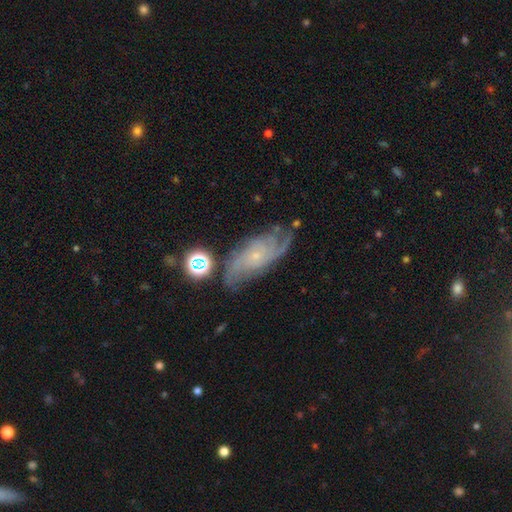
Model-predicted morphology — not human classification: type=featured or disk (82%); edge-on=no (94%); bar=no (76%); spiral arms=yes (94%); winding=tight (43%); arm count=2 (32%); bulge=small (81%); merging=none (64%).